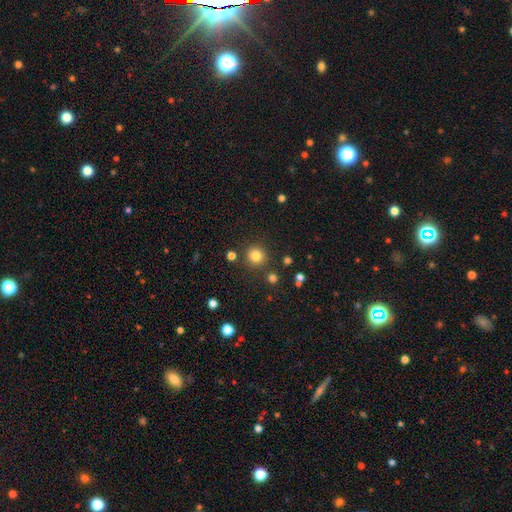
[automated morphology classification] smooth 82%, star or artifact 13%, featured or disk 5%. Down the decision tree: how rounded — round (92%); merging — none (86%).